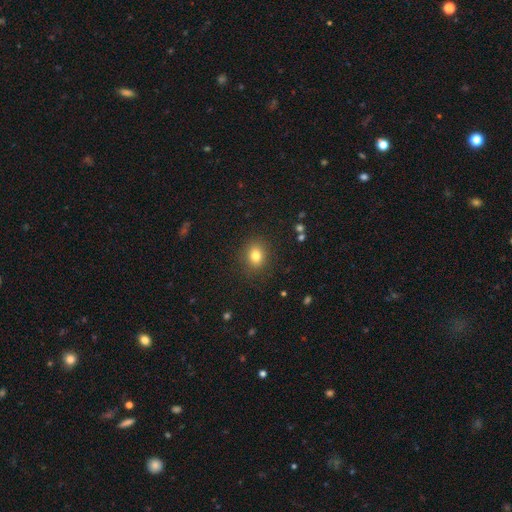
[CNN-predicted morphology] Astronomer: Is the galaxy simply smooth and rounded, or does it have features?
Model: smooth — 81%.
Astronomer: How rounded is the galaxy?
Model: round — 58% (runner-up: in between, 41%).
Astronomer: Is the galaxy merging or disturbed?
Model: none — 88%.